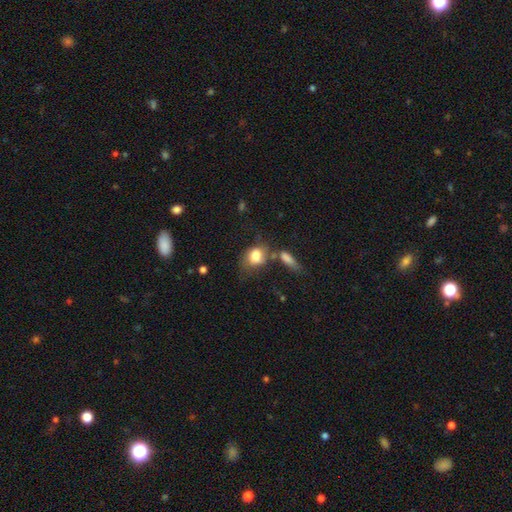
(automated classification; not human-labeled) A smooth galaxy with no disk features (75%) that is in between round and cigar-shaped (57%). Merging: none (41%).